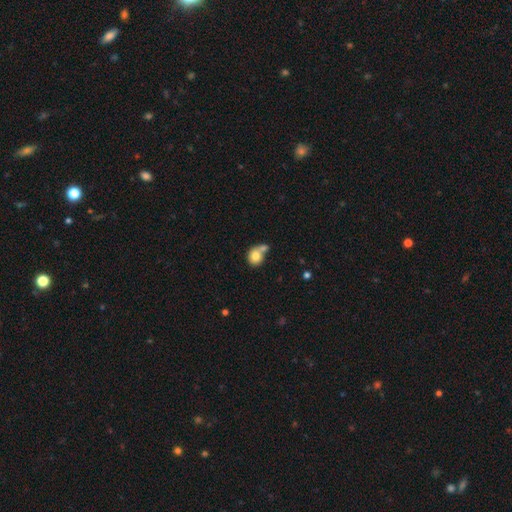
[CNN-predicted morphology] This appears to be a smooth galaxy with no disk features (78%) that is round (75%). Merging: merger (46%).